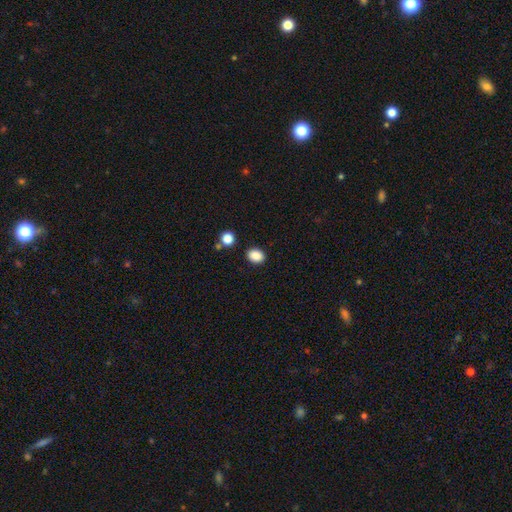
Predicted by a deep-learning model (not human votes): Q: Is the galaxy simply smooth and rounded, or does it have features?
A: smooth — 87%.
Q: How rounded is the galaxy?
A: in between — 62%.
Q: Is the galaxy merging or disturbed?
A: none — 87%.